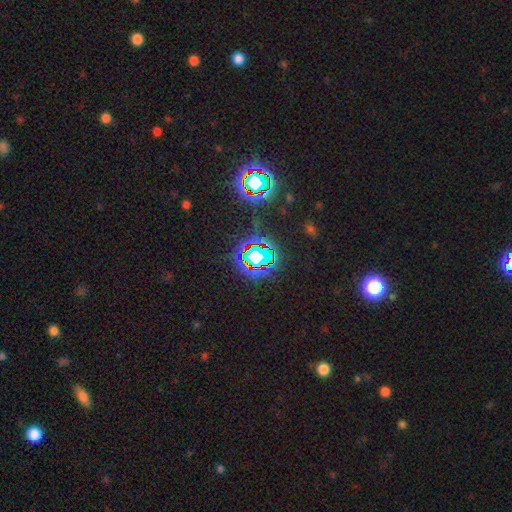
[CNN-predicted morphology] Smooth or featured? Predicted: star or artifact (p=0.71).